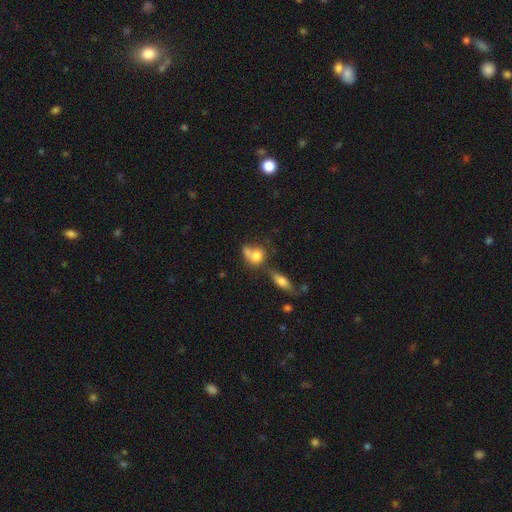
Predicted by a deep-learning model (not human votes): The model was most divided on "merging": merger: 44%, none: 34%, minor disturbance: 13%, major disturbance: 9%. More confident: smooth or featured — smooth (76%); how rounded — round (59%).